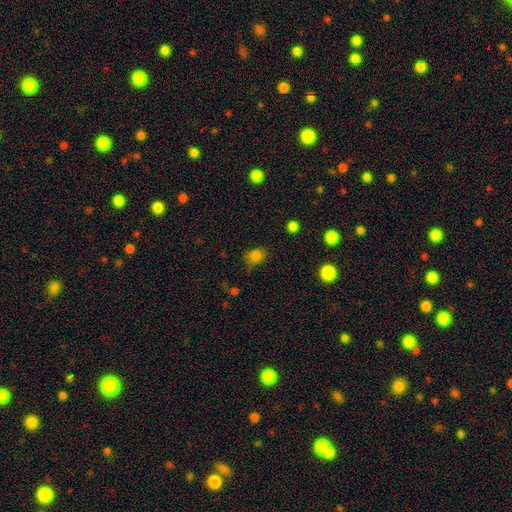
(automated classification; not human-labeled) Smooth or featured? smooth (81%)
How rounded? in between (60%)
Merging? none (67%)